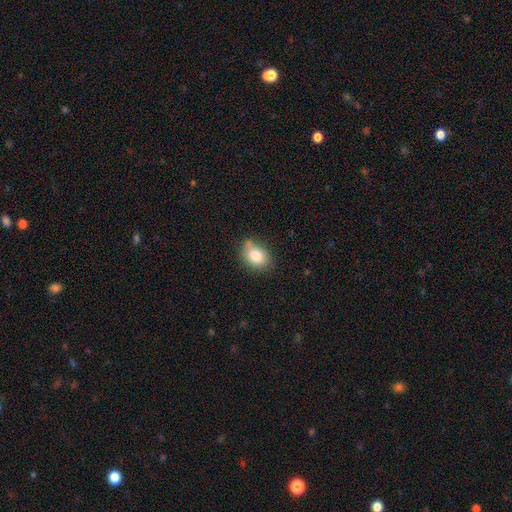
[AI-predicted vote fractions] Q: Smooth or featured?
A: smooth (82%); runner-up: featured or disk (9%)
Q: How rounded?
A: in between (67%); runner-up: round (32%)
Q: Merging?
A: none (67%); runner-up: minor disturbance (21%)